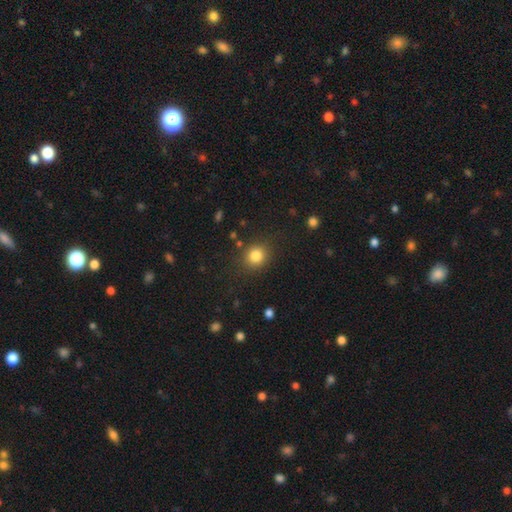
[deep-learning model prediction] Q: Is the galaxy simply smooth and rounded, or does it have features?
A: smooth — 83%.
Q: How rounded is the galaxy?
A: round — 82%.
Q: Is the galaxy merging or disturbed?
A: none — 85%.